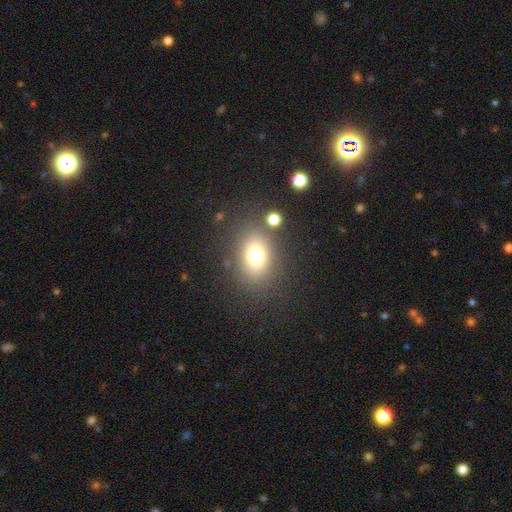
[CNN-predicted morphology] This is likely a smooth galaxy (72%). How rounded: likely in between (62%). Merging: likely none (80%).